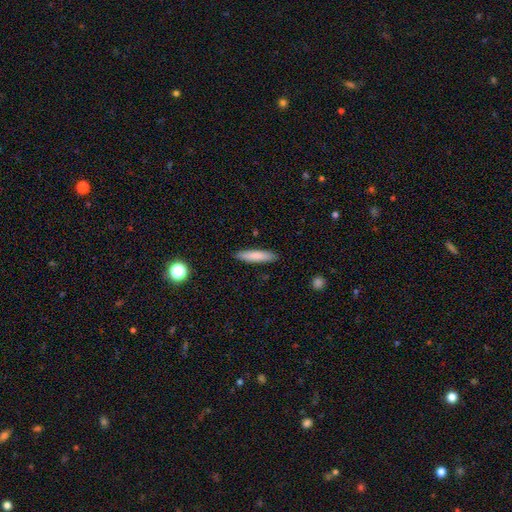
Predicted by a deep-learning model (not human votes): The model was most divided on "how rounded": cigar-shaped: 81%, in between: 18%, round: 1%. More confident: merging — none (89%); smooth or featured — smooth (81%).